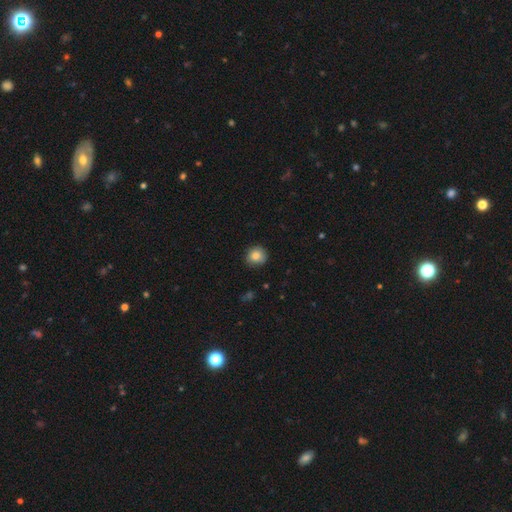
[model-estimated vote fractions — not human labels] smooth-or-featured: smooth: 84% | star or artifact: 9% | featured or disk: 7%
  how-rounded: round: 90% | in between: 9% | cigar-shaped: 1%
  merging: none: 86% | minor disturbance: 11% | major disturbance: 2% | merger: 1%